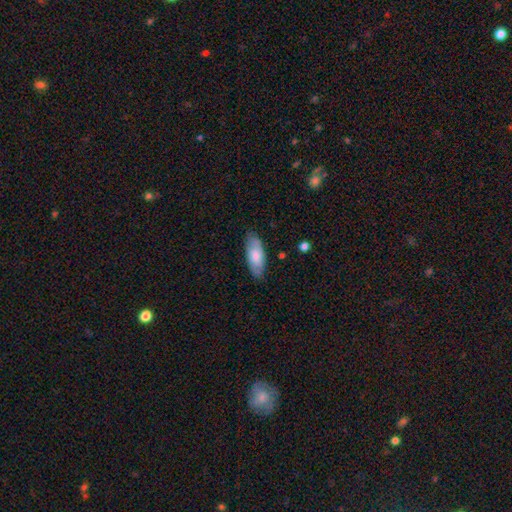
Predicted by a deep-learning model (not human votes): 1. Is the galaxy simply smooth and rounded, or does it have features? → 69% smooth, 26% featured or disk, 6% star or artifact.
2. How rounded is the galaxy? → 84% in between, 14% cigar-shaped, 2% round.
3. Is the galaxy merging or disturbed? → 82% none, 14% minor disturbance, 3% major disturbance, 1% merger.